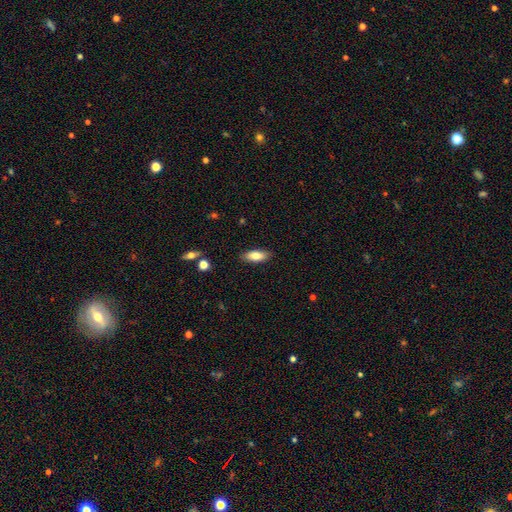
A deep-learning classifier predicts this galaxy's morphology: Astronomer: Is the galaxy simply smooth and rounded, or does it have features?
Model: smooth — 79%.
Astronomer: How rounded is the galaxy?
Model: in between — 77%.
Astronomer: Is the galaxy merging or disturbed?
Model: none — 87%.